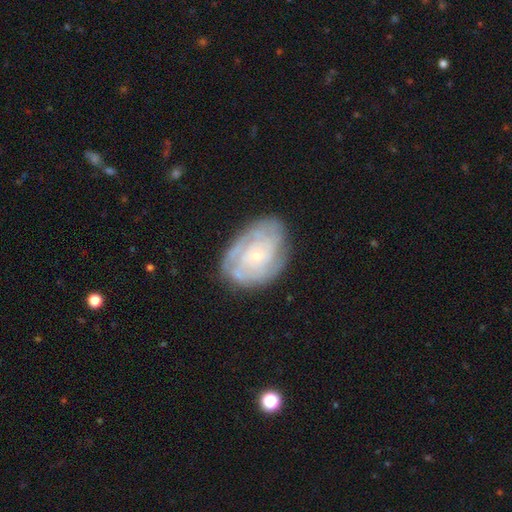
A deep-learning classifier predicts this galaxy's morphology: Overall: featured or disk (73%). Edge-on disk: no (96%). Bar: no (82%). Spiral arms: yes (84%). Spiral arm count: can't tell (48%; 2 15%). Spiral winding: tight (69%). Bulge size: small (80%). Merging: none (74%).